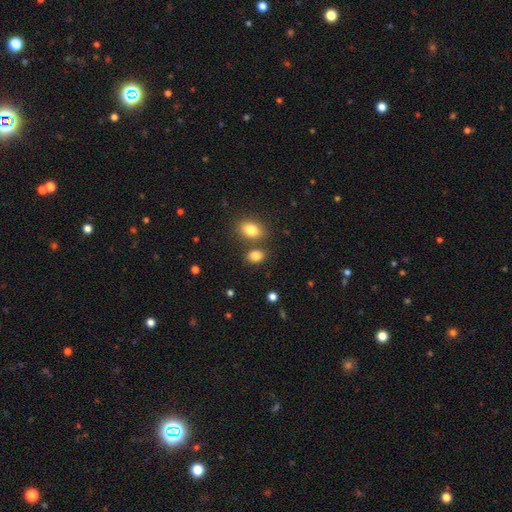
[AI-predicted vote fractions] Smooth or featured? smooth (83%)
How rounded? in between (73%)
Merging? none (69%)